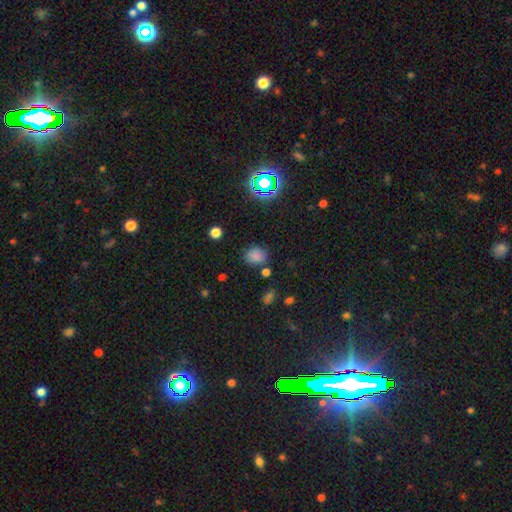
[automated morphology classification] The model was most divided on "how rounded": in between: 50%, round: 49%, cigar-shaped: 1%. More confident: merging — none (77%); smooth or featured — smooth (76%).